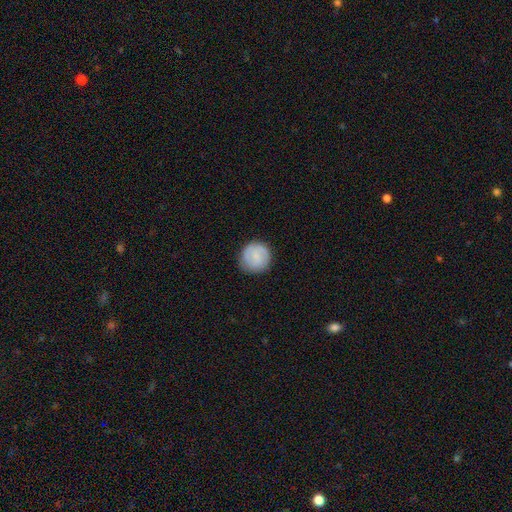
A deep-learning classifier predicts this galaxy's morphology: smooth-or-featured: smooth: 63% | featured or disk: 30% | star or artifact: 7%
  how-rounded: round: 93% | in between: 6% | cigar-shaped: 1%
  merging: none: 84% | minor disturbance: 12% | major disturbance: 3% | merger: 1%